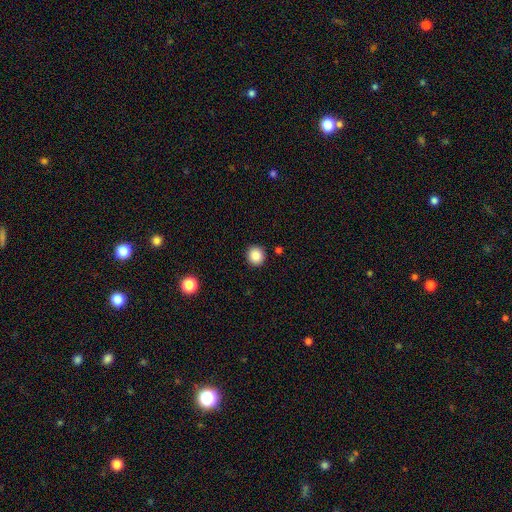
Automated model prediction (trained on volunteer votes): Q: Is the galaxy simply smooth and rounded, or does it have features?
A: smooth — 87%.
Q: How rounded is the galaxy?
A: round — 91%.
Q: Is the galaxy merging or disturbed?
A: none — 91%.